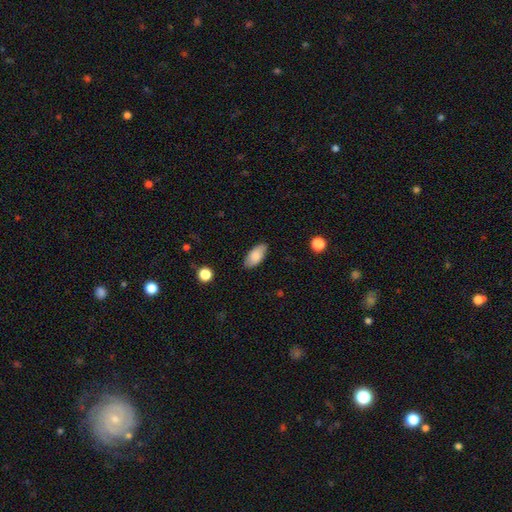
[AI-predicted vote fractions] Smooth or featured? smooth (83%)
How rounded? in between (91%)
Merging? none (84%)